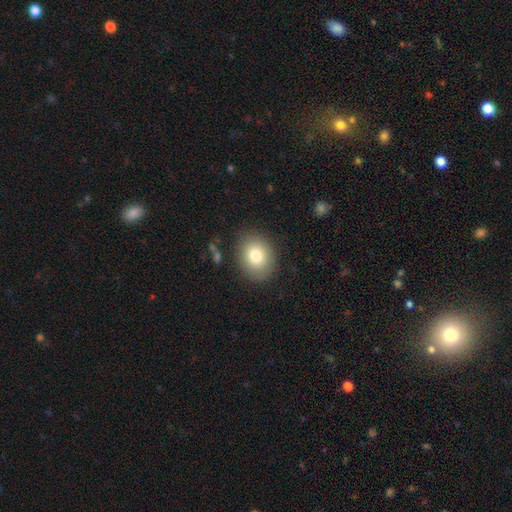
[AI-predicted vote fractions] Smooth or featured: smooth — 79% (featured or disk — 11%)
How rounded: round — 54% (in between — 45%)
Merging: none — 85% (minor disturbance — 10%)